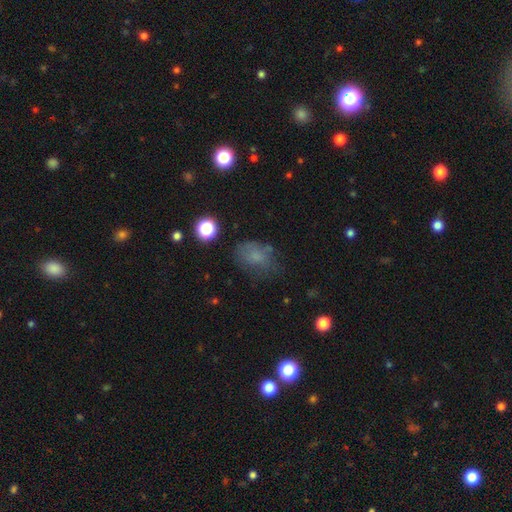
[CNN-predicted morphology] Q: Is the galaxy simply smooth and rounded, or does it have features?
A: smooth — 65%.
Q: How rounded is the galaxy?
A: in between — 70%.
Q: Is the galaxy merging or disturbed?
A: none — 52%.